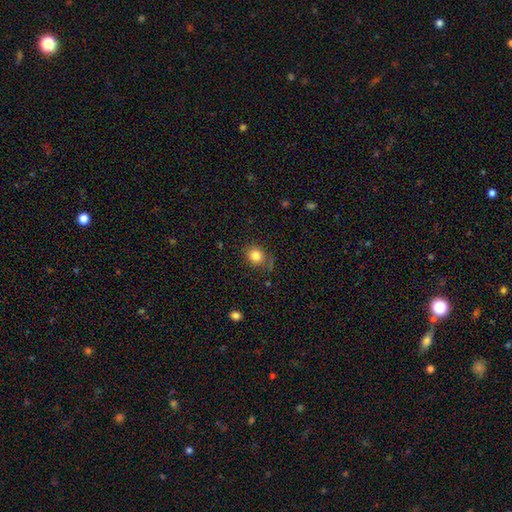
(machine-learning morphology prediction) This appears to be a smooth galaxy with no disk features (82%) that is round (76%). Merging: none (74%).